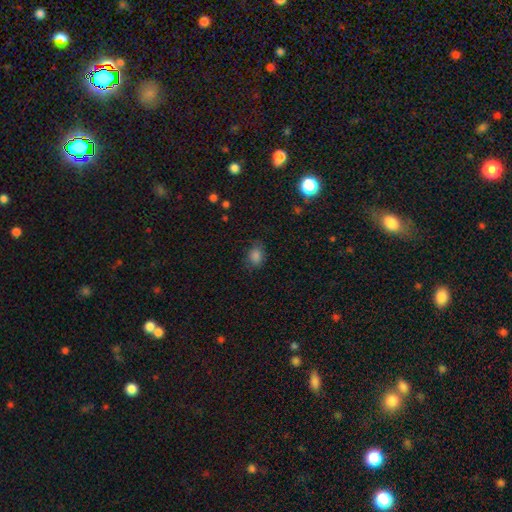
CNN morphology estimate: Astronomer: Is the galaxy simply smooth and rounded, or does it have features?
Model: smooth — 83%.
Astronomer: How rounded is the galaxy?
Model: in between — 53% (runner-up: round, 46%).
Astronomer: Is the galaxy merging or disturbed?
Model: none — 74%.